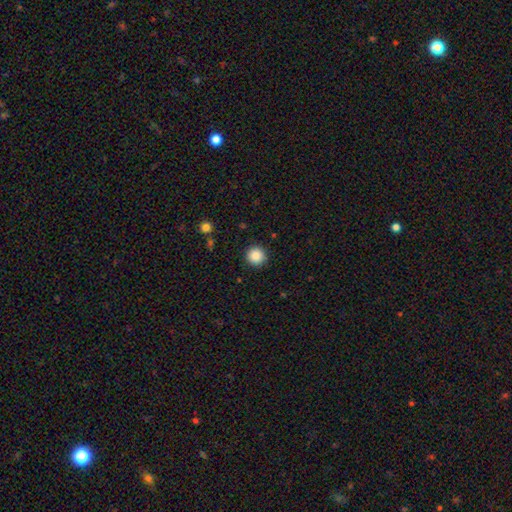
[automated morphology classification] This appears to be a smooth galaxy with no disk features (87%) that is round (95%). Merging: none (92%).